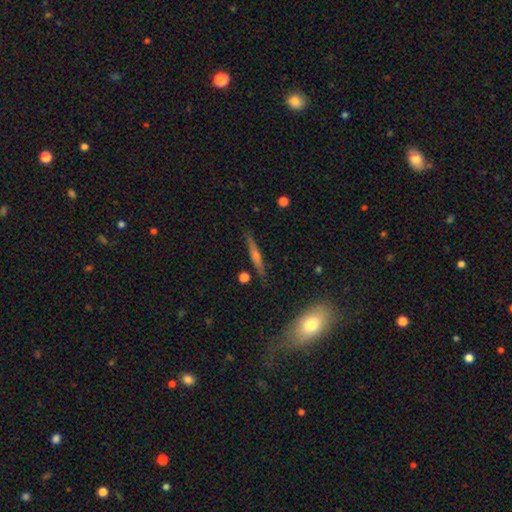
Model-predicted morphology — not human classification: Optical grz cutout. It shows a featured or disk galaxy (59%) viewed edge-on (96%) with a rounded central bulge (69%). Merging: none (86%).